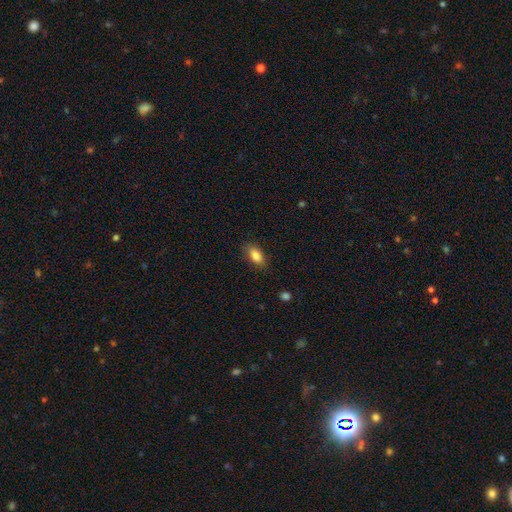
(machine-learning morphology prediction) This appears to be a smooth galaxy with no disk features (84%) that is in between round and cigar-shaped (87%). Merging: none (84%).